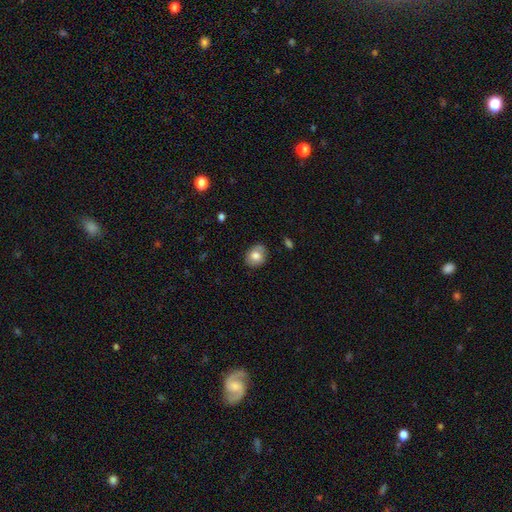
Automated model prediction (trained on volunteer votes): Smooth or featured? Predicted: smooth (p=0.78). How rounded? Predicted: round (p=0.59). Merging? Predicted: none (p=0.80).